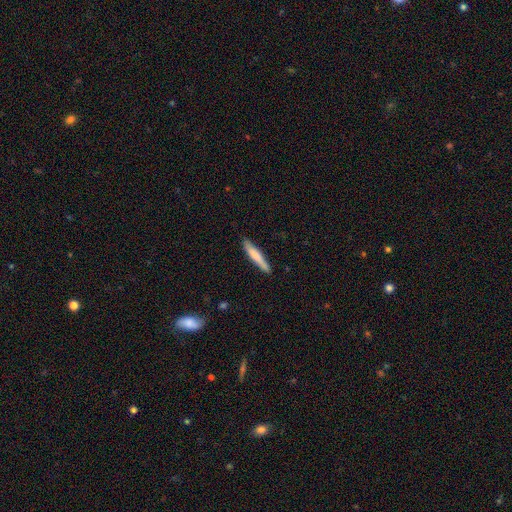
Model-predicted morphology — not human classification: A smooth galaxy with no disk features (71%) that is cigar-shaped (93%).

Vote fractions:
- Smooth or featured? smooth: 71% / featured or disk: 24% / star or artifact: 5%
- How rounded? cigar-shaped: 93% / in between: 6% / round: 1%
- Merging? none: 85% / minor disturbance: 11% / major disturbance: 2% / merger: 1%